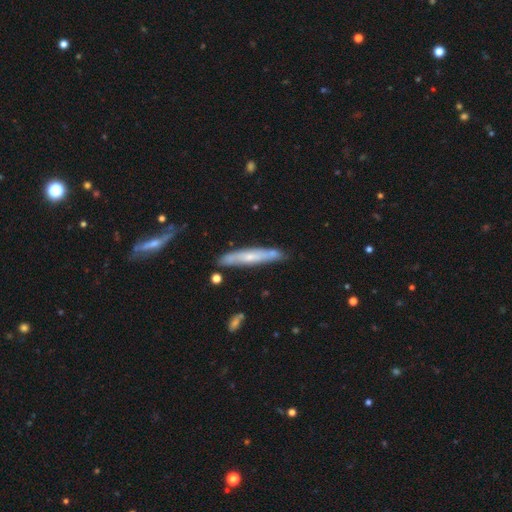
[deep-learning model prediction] smooth-or-featured: featured or disk: 53% | smooth: 39% | star or artifact: 9%
  disk-edge-on: yes: 79% | no: 21%
  merging: none: 77% | minor disturbance: 16% | merger: 4% | major disturbance: 3%